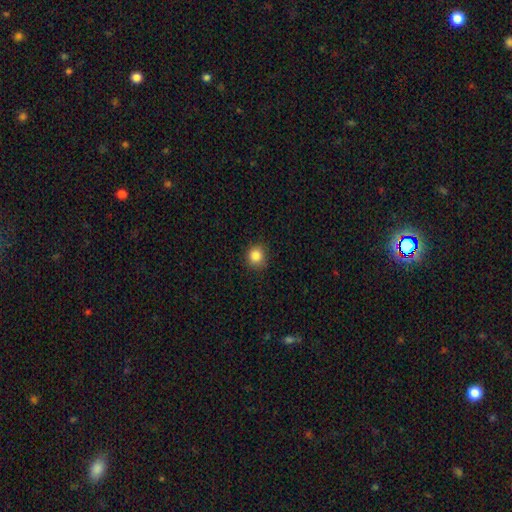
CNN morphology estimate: Smooth or featured? smooth (85%)
How rounded? round (89%)
Merging? none (85%)